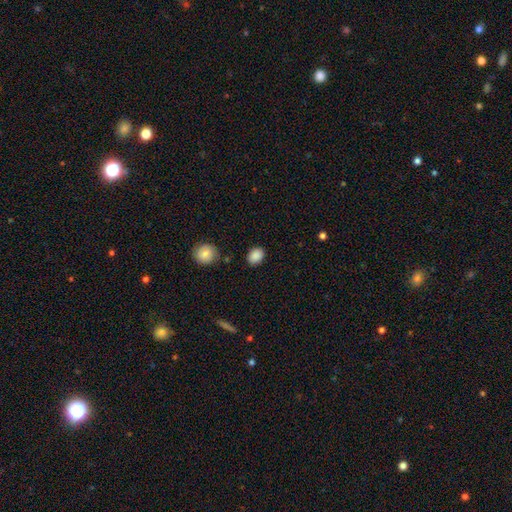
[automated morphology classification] smooth 88%, star or artifact 8%, featured or disk 4%. Down the decision tree: how rounded — in between (60%); merging — none (86%).